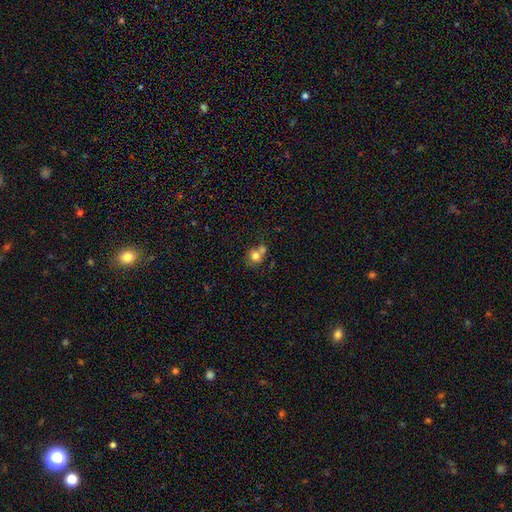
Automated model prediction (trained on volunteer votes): Morphology: type=smooth (75%); roundness=round (80%); merging=merger (45%).